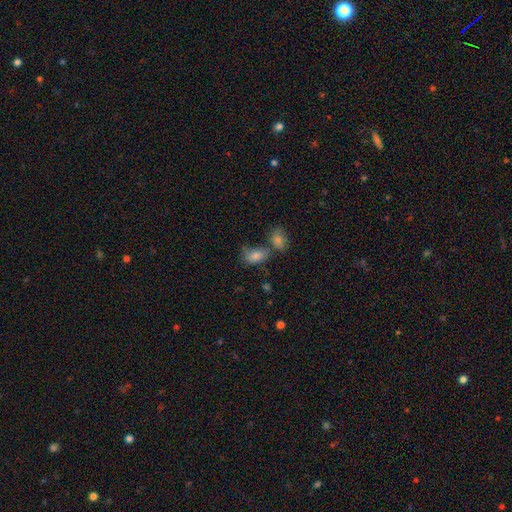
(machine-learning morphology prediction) Overall: smooth (74%). How rounded: in between (86%). Merging: none (41%; merger 35%).